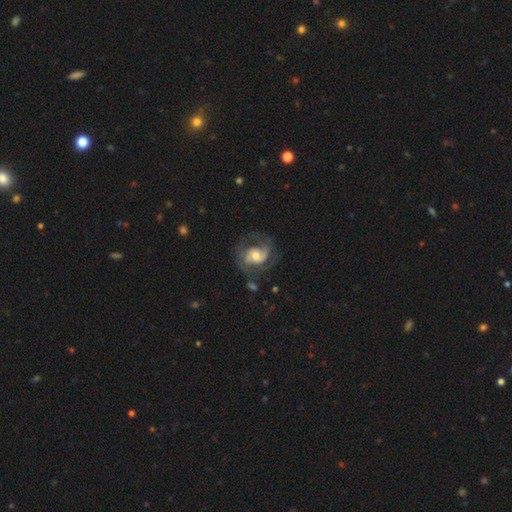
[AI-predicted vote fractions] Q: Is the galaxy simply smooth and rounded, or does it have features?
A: featured or disk — 78%.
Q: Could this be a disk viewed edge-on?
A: no — 98%.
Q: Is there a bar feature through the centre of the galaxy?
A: no — 50%.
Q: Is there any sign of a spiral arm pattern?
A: yes — 91%.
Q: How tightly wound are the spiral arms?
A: medium — 49%.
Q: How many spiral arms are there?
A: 2 — 59%.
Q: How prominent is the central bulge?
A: moderate — 59%.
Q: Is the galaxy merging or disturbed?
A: none — 58%.